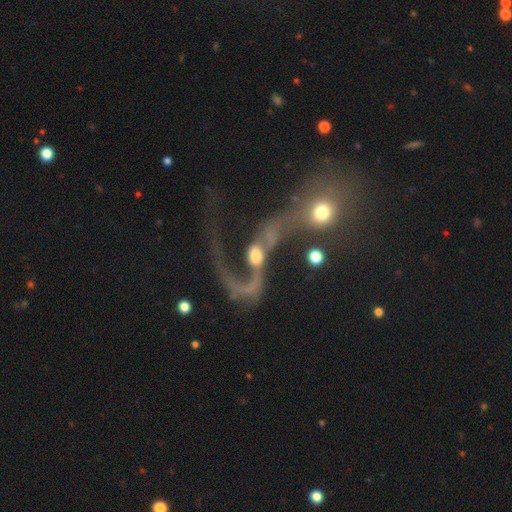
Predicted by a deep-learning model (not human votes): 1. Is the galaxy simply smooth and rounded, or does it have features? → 71% featured or disk, 19% smooth, 10% star or artifact.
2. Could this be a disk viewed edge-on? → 91% no, 9% yes.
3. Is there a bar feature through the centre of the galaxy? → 59% no, 26% weak, 15% strong.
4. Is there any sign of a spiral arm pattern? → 73% yes, 27% no.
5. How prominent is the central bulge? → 49% moderate, 25% large, 15% small, 6% dominant, 5% none.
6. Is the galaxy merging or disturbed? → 50% merger, 29% major disturbance, 14% none, 7% minor disturbance.